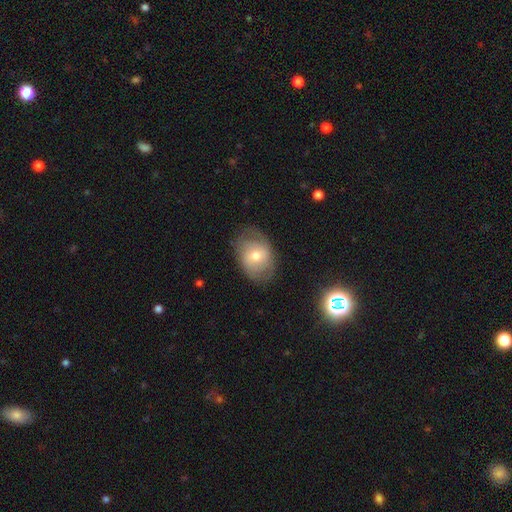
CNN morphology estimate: Smooth or featured?
  - smooth: 52% *
  - featured or disk: 40%
  - star or artifact: 8%
How rounded?
  - in between: 69% *
  - round: 30%
  - cigar-shaped: 1%
Merging?
  - none: 69% *
  - minor disturbance: 22%
  - major disturbance: 9%
  - merger: 1%